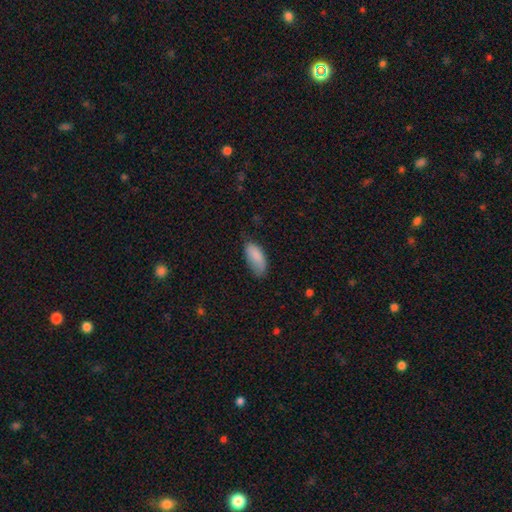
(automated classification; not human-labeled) Smooth or featured: smooth — 85% (featured or disk — 8%)
How rounded: in between — 89% (cigar-shaped — 9%)
Merging: none — 57% (minor disturbance — 34%)